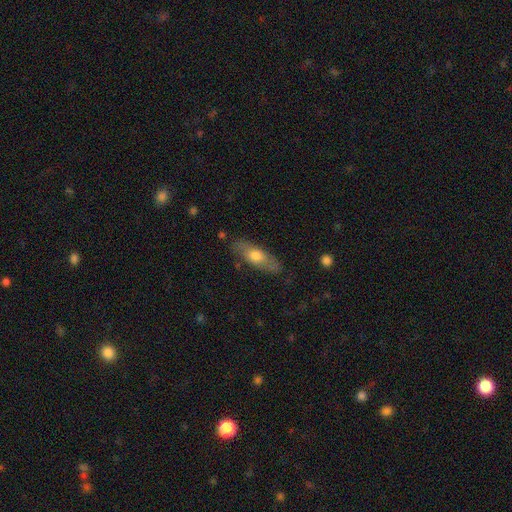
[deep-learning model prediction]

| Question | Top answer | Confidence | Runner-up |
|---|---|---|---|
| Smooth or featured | smooth | 60% | featured or disk (34%) |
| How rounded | in between | 64% | cigar-shaped (33%) |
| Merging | none | 80% | minor disturbance (15%) |